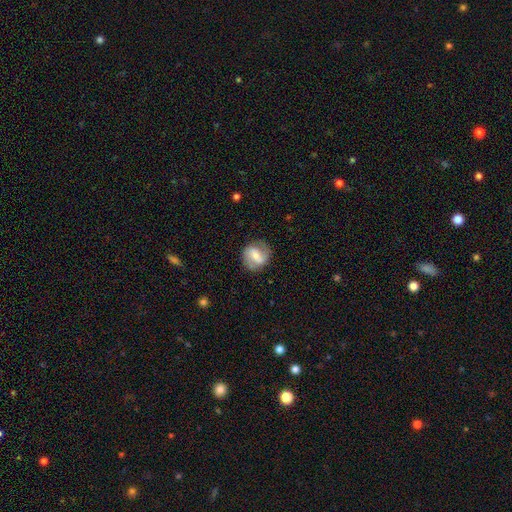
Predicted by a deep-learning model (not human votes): Smooth or featured? featured or disk (67%)
Edge-on disk? no (97%)
Bar? weak (44%)
Spiral arms? yes (87%)
Spiral winding? medium (44%)
Spiral arm count? 2 (86%)
Bulge size? small (47%)
Merging? none (78%)